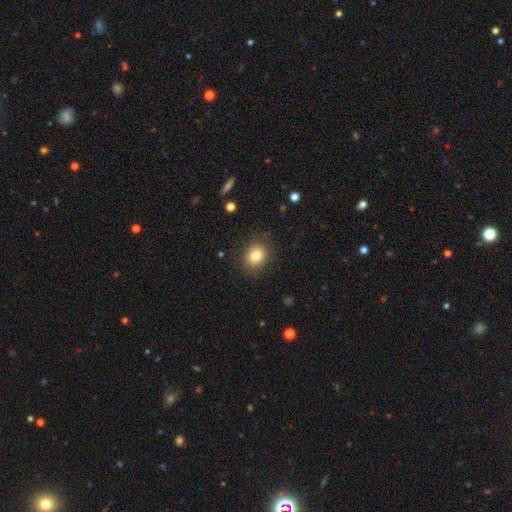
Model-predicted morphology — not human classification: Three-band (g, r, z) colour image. It shows a smooth galaxy with no disk features (83%) that is round (61%). Merging: none (84%).